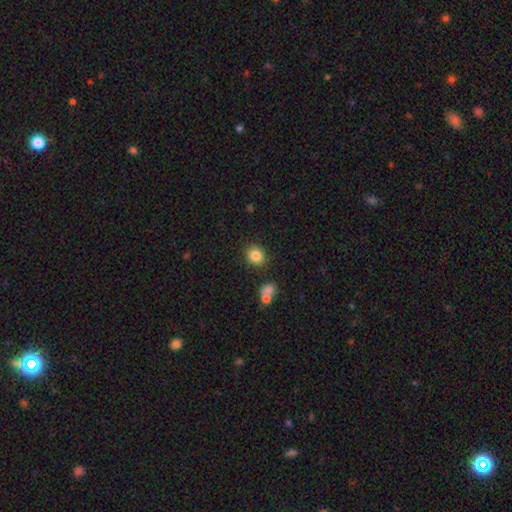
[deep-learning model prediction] A smooth galaxy with no disk features (84%) that is round (74%). Merging: none (86%).